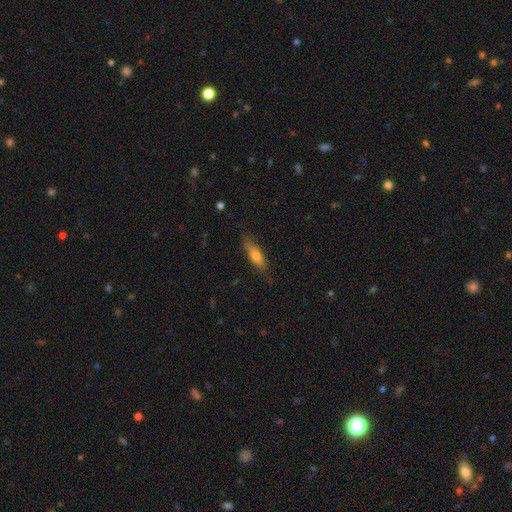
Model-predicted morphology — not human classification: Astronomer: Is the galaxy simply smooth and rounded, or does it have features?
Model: smooth — 68%.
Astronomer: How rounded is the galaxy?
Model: cigar-shaped — 50% (runner-up: in between, 48%).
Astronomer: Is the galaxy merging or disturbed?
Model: none — 75%.